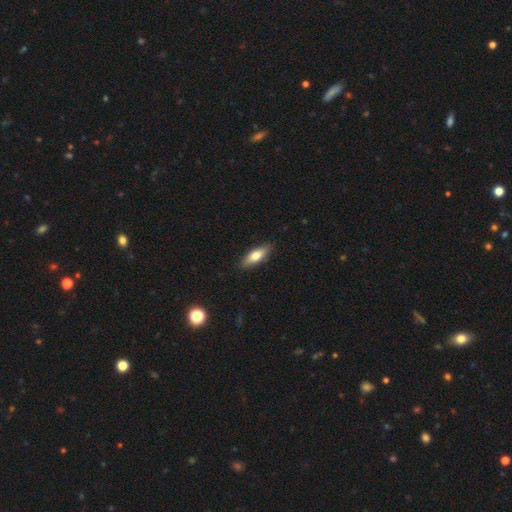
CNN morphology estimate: Smooth or featured? smooth (72%)
How rounded? in between (61%)
Merging? none (87%)